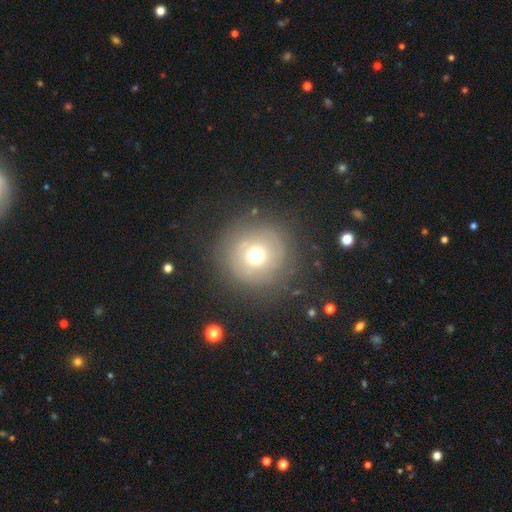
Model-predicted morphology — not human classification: A smooth galaxy with no disk features (61%) that is round (94%). Merging: none (79%).